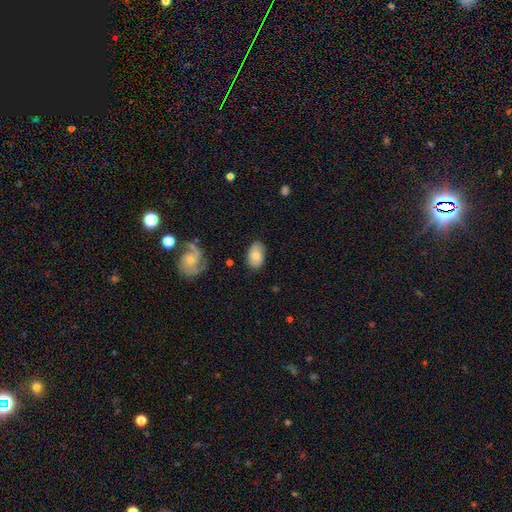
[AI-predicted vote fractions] Morphology: type=smooth (75%); roundness=in between (88%); merging=none (75%).